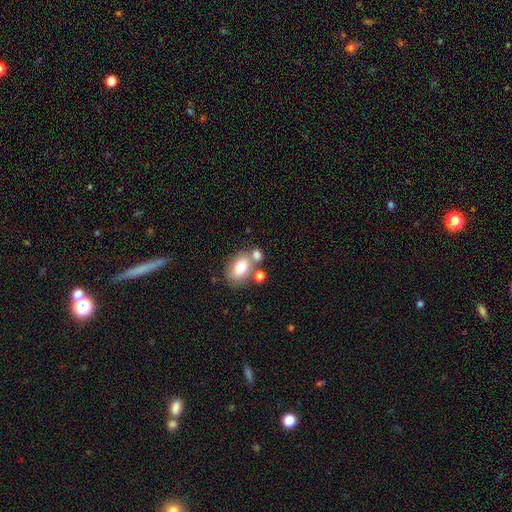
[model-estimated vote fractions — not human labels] Overall: smooth (71%). How rounded: in between (80%). Merging: none (55%; merger 27%).